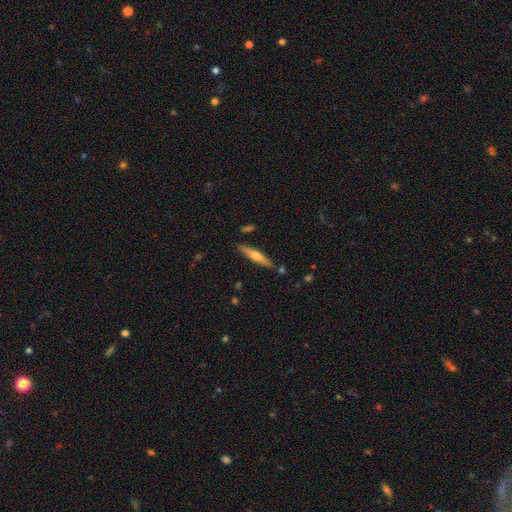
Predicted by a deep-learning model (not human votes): featured or disk 54%, smooth 40%, star or artifact 6%. Down the decision tree: edge-on disk — yes (95%); edge-on bulge — rounded (87%); merging — none (85%).